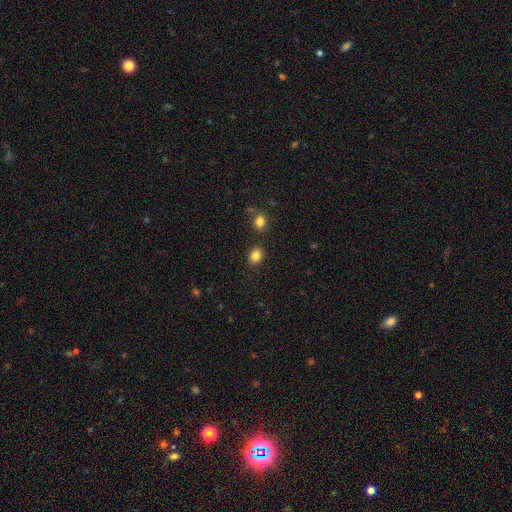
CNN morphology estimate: smooth-or-featured: smooth: 84% | star or artifact: 11% | featured or disk: 5%
  how-rounded: round: 59% | in between: 41% | cigar-shaped: 1%
  merging: none: 85% | minor disturbance: 8% | merger: 4% | major disturbance: 3%